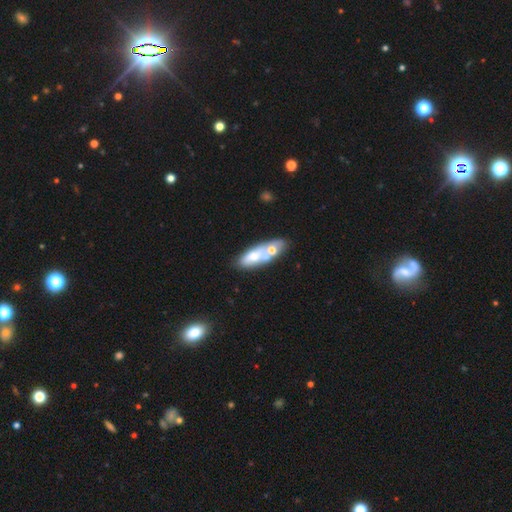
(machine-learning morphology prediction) Overall: smooth (54%; featured or disk 39%). How rounded: in between (68%; cigar-shaped 28%). Merging: none (39%; merger 38%).